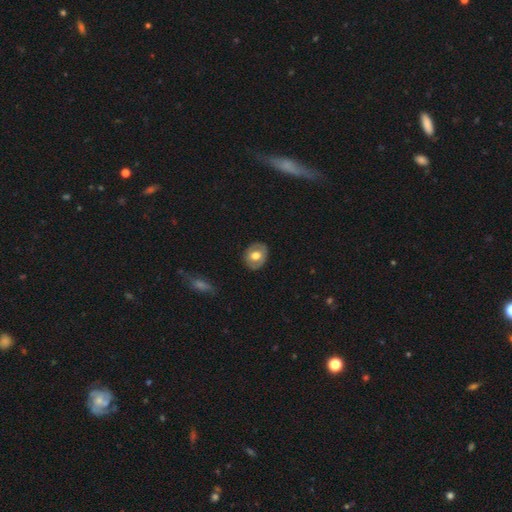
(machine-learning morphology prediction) smooth_or_featured: smooth (p=0.57) [alt: featured or disk p=0.37]
how_rounded: round (p=0.57) [alt: in between p=0.42]
merging: none (p=0.84) [alt: minor disturbance p=0.12]